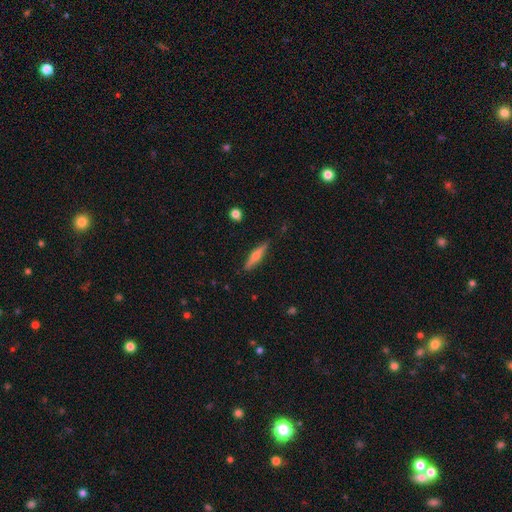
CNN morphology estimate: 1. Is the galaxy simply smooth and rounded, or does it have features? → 54% featured or disk, 40% smooth, 7% star or artifact.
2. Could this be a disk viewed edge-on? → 96% yes, 4% no.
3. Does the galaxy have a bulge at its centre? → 82% rounded, 10% none, 8% boxy.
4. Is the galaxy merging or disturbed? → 88% none, 9% minor disturbance, 2% major disturbance, 1% merger.